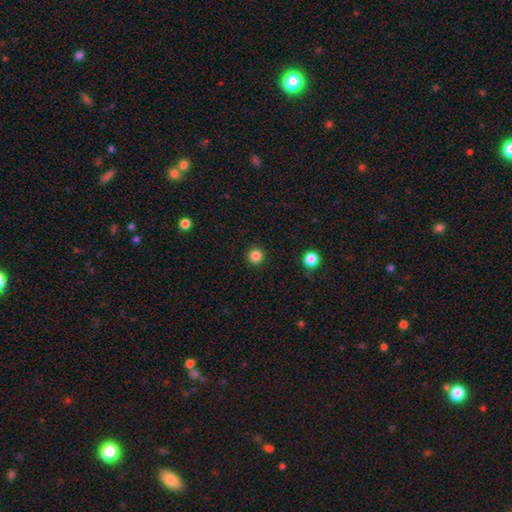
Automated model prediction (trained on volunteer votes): smooth_or_featured: smooth (p=0.84) [alt: star or artifact p=0.12]
how_rounded: round (p=0.96) [alt: in between p=0.03]
merging: none (p=0.93) [alt: minor disturbance p=0.04]